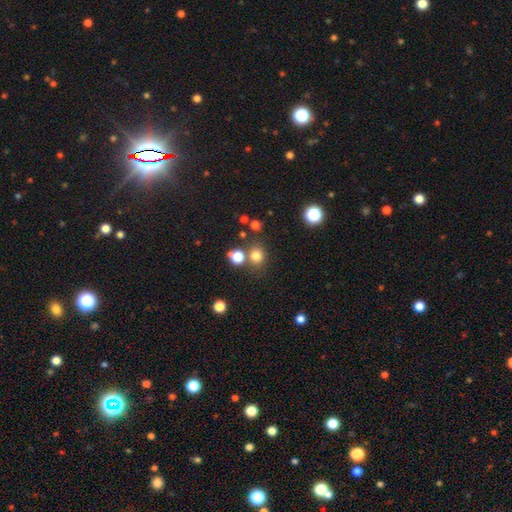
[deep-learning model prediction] A smooth galaxy with no disk features (76%) that is round (80%).

Vote fractions:
- Smooth or featured? smooth: 76% / star or artifact: 17% / featured or disk: 6%
- How rounded? round: 80% / in between: 19% / cigar-shaped: 1%
- Merging? none: 72% / merger: 15% / minor disturbance: 10% / major disturbance: 4%